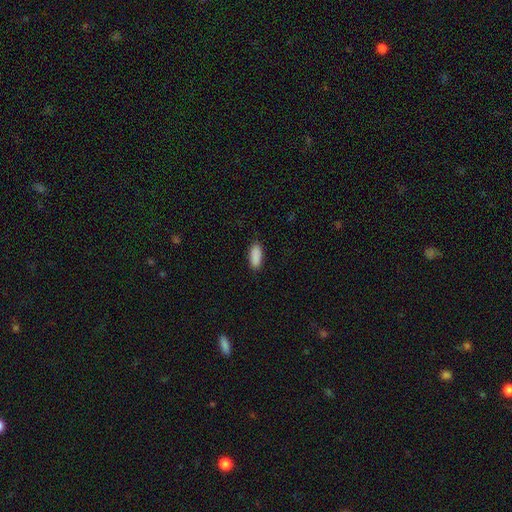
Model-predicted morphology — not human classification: Smooth or featured? smooth (90%)
How rounded? in between (81%)
Merging? none (88%)